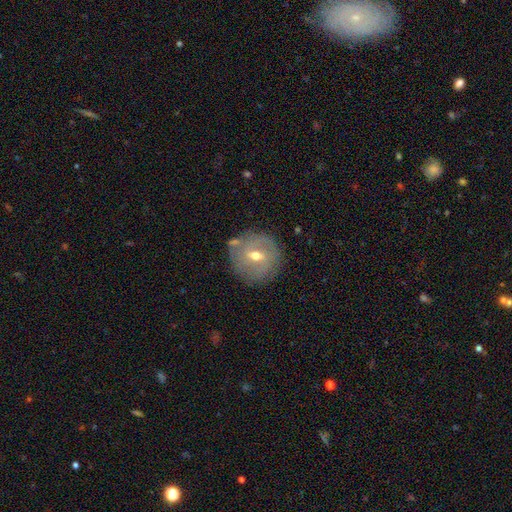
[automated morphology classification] The model was most divided on "spiral arms": yes: 53%, no: 47%. More confident: edge-on disk — no (93%); merging — none (76%); bulge size — moderate (70%); smooth or featured — featured or disk (58%); bar — weak (56%).